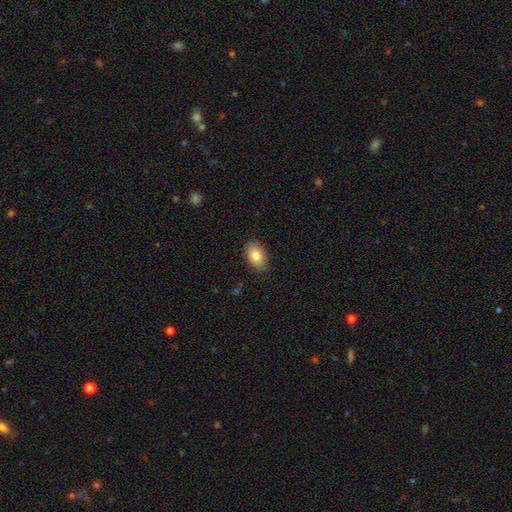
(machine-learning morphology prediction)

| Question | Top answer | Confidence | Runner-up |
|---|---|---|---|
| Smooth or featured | smooth | 82% | featured or disk (11%) |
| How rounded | in between | 88% | round (10%) |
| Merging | none | 86% | minor disturbance (11%) |